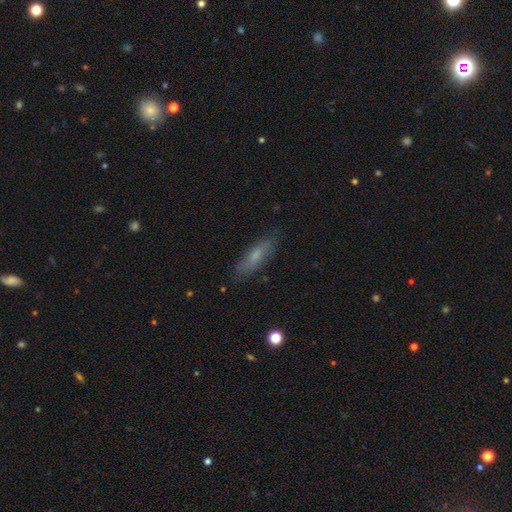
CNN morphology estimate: type=smooth (64%); roundness=cigar-shaped (55%); merging=none (80%).